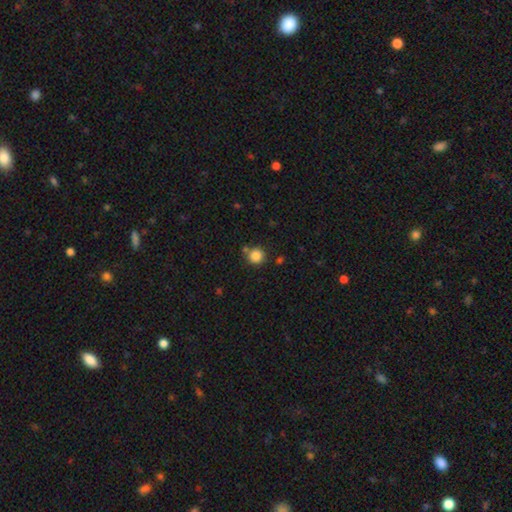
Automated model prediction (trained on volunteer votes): Smooth or featured?
  - smooth: 85% *
  - star or artifact: 11%
  - featured or disk: 4%
How rounded?
  - round: 93% *
  - in between: 6%
  - cigar-shaped: 1%
Merging?
  - none: 76% *
  - merger: 11%
  - minor disturbance: 10%
  - major disturbance: 3%